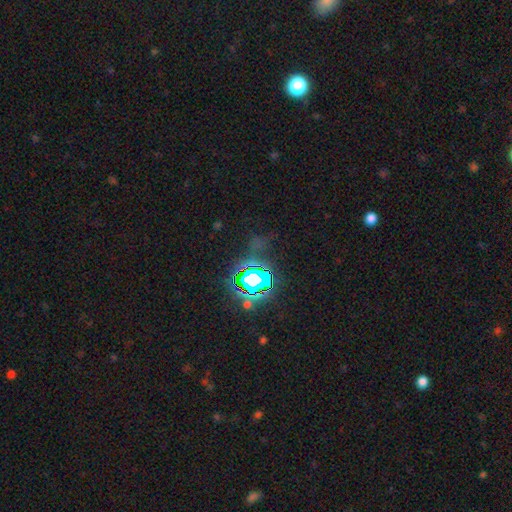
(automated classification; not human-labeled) This is clearly a star or artifact rather than a galaxy (81%).